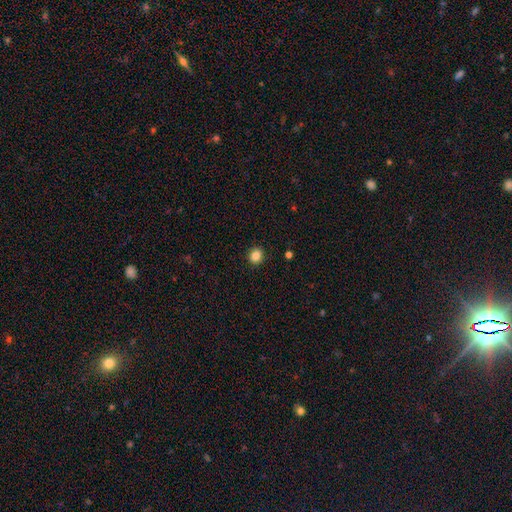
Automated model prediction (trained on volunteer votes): Morphology: type=smooth (85%); roundness=round (78%); merging=none (91%).